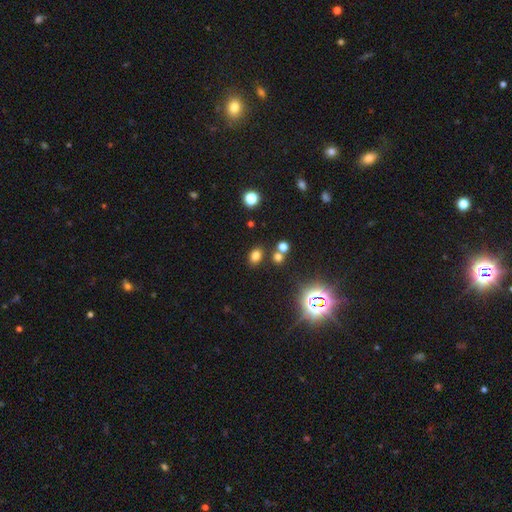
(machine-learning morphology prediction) smooth 74%, star or artifact 18%, featured or disk 7%. Down the decision tree: how rounded — in between (68%); merging — none (77%).